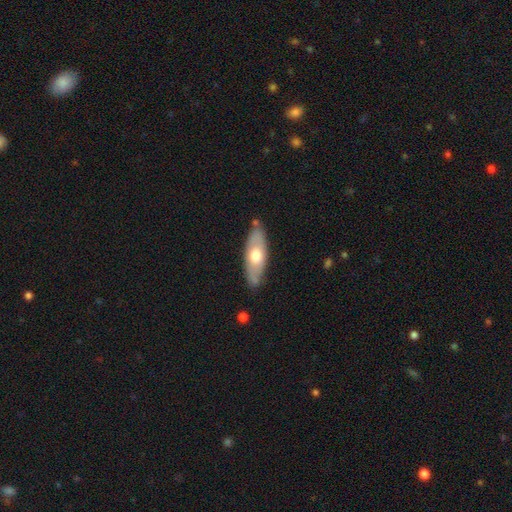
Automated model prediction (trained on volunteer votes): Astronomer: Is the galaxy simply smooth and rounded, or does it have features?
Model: smooth — 54% (runner-up: featured or disk, 41%).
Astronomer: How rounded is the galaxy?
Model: in between — 69%.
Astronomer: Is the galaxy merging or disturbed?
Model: none — 79%.